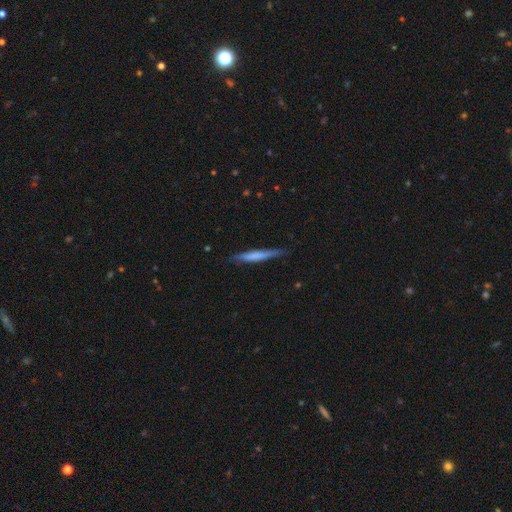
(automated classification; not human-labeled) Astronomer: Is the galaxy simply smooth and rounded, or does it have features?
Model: smooth — 58% (runner-up: featured or disk, 37%).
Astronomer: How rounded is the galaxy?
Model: cigar-shaped — 95%.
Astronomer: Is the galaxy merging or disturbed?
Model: none — 84%.